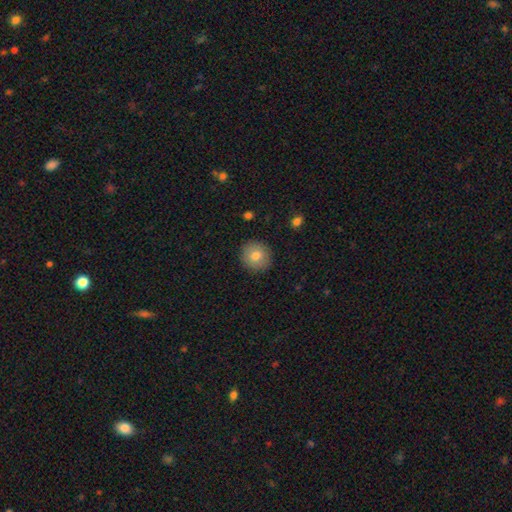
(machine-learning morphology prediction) type=smooth (79%); roundness=round (88%); merging=none (90%).